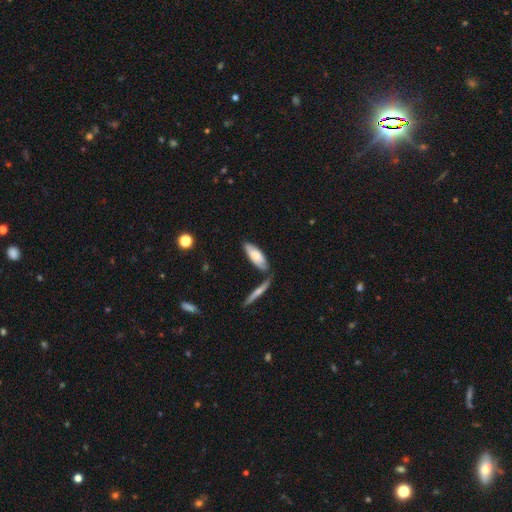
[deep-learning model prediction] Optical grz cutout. It shows a smooth galaxy with no disk features (64%) that is in between round and cigar-shaped (61%). Merging: none (60%).